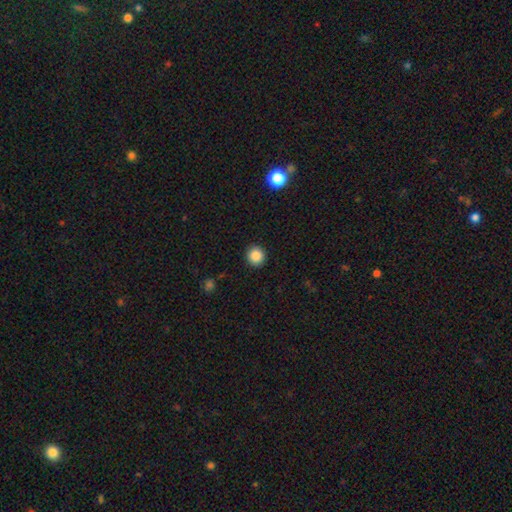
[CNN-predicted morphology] This appears to be a smooth galaxy with no disk features (87%) that is round (93%). Merging: none (92%).